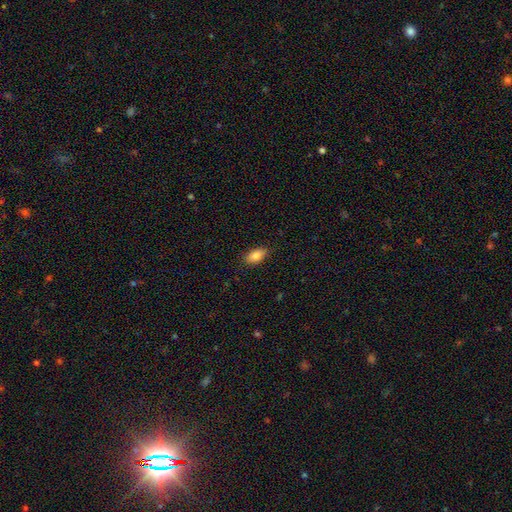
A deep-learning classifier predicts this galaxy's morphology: A smooth galaxy with no disk features (85%) that is in between round and cigar-shaped (90%). Merging: none (83%).